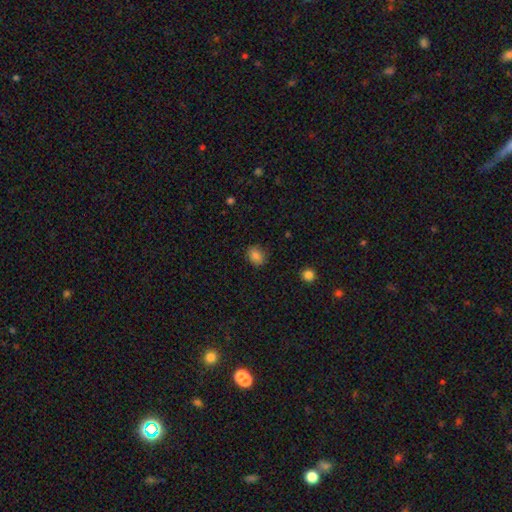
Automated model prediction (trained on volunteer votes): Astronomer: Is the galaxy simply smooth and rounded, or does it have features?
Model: smooth — 83%.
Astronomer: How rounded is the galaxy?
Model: round — 50% (runner-up: in between, 49%).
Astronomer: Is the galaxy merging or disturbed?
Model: none — 83%.